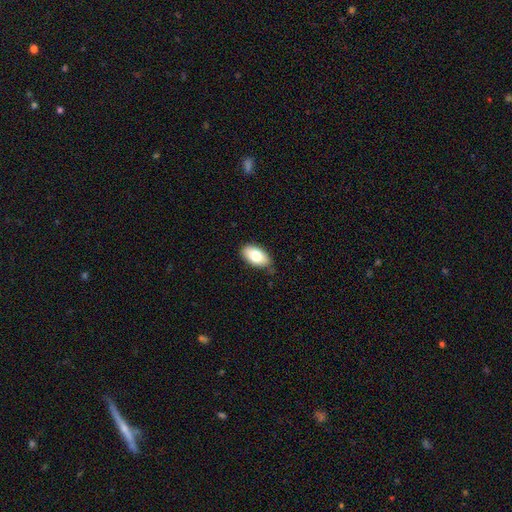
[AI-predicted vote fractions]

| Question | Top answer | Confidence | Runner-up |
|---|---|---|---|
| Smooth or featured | smooth | 79% | featured or disk (15%) |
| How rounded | in between | 93% | round (5%) |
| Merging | none | 79% | minor disturbance (17%) |